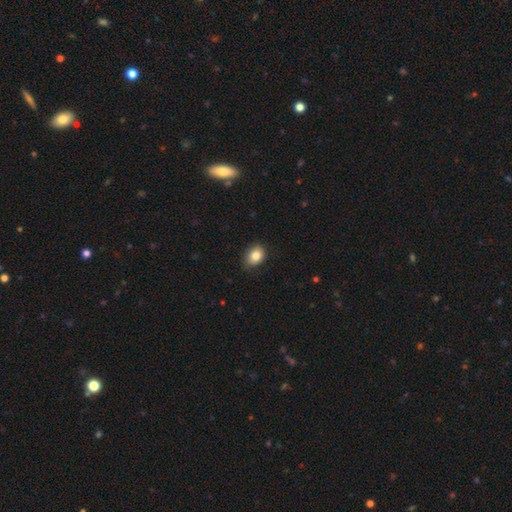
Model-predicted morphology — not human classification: This is clearly a smooth galaxy (84%). How rounded: likely in between (66%). Merging: clearly none (82%).